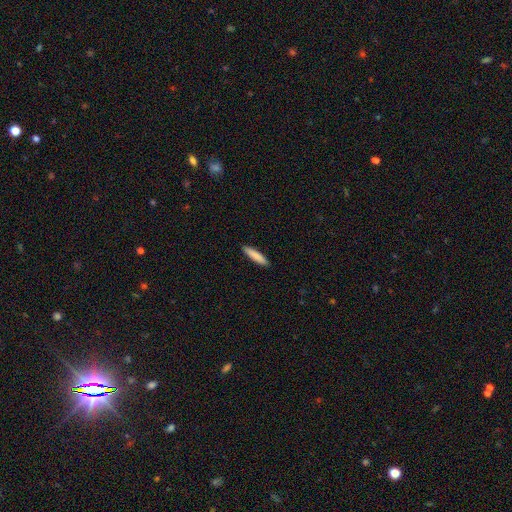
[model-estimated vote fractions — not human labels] This appears to be a smooth galaxy with no disk features (86%) that is cigar-shaped (87%). Merging: none (91%).